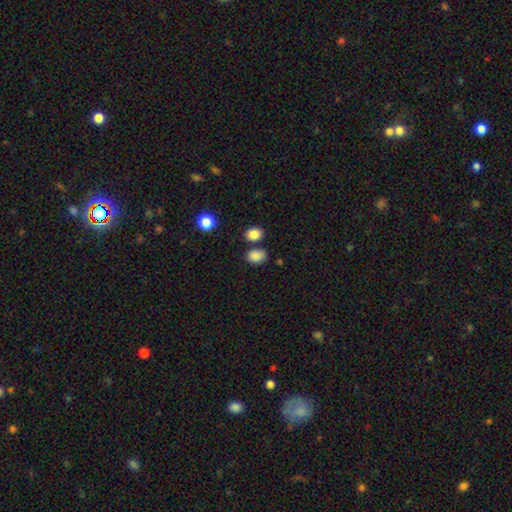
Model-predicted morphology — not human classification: This appears to be a smooth galaxy with no disk features (86%) that is in between round and cigar-shaped (70%). Merging: none (67%).